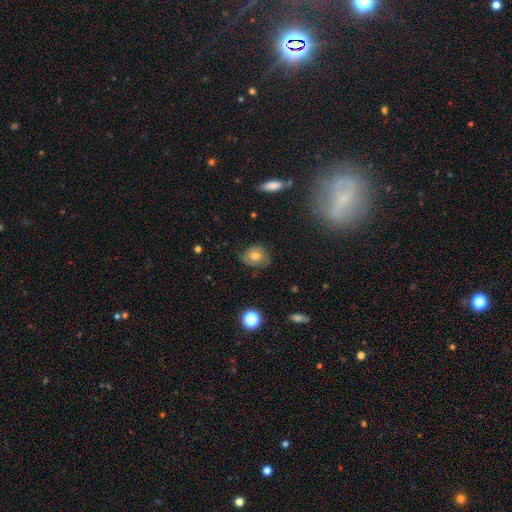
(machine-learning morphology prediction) Smooth or featured? smooth (60%)
How rounded? round (52%)
Merging? none (69%)